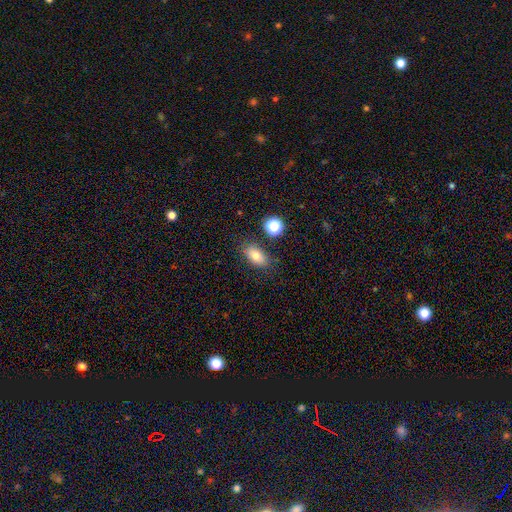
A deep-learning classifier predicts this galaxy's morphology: Q: Smooth or featured?
A: smooth (77%); runner-up: featured or disk (12%)
Q: How rounded?
A: in between (86%); runner-up: round (10%)
Q: Merging?
A: none (80%); runner-up: minor disturbance (12%)